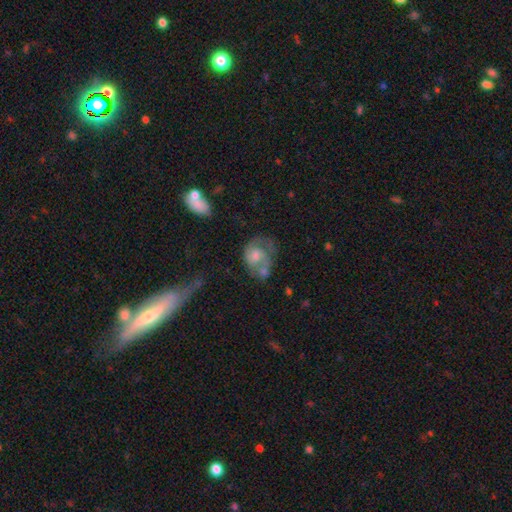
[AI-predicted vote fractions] smooth-or-featured: featured or disk: 56% | smooth: 36% | star or artifact: 8%
  disk-edge-on: no: 97% | yes: 3%
    bar: no: 70% | weak: 27% | strong: 4%
    has-spiral-arms: yes: 73% | no: 27%
    bulge-size: moderate: 47% | small: 31% | none: 10% | large: 10% | dominant: 2%
  merging: none: 31% | merger: 28% | major disturbance: 21% | minor disturbance: 21%